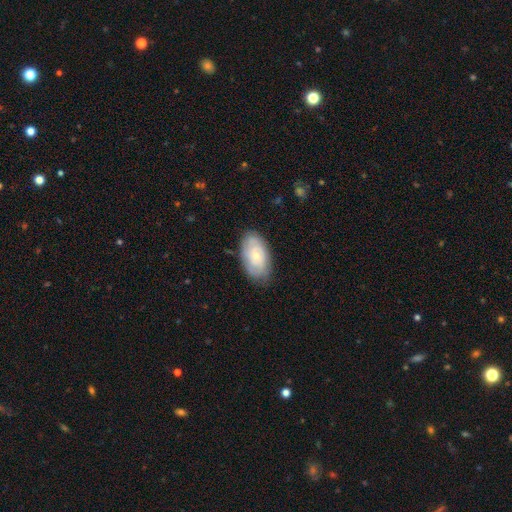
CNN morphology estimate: This appears to be a featured or disk galaxy (52%). Merging: none (77%).